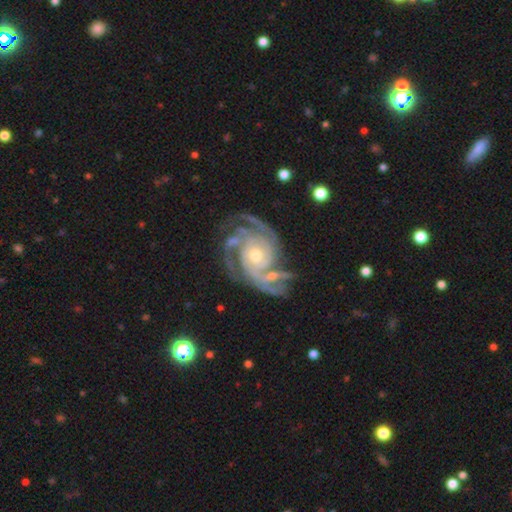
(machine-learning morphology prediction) Q: Smooth or featured?
A: featured or disk (92%); runner-up: star or artifact (5%)
Q: Edge-on disk?
A: no (98%); runner-up: yes (2%)
Q: Bar?
A: no (74%); runner-up: weak (19%)
Q: Spiral arms?
A: yes (98%); runner-up: no (2%)
Q: Spiral winding?
A: tight (65%); runner-up: medium (29%)
Q: Spiral arm count?
A: 3 (34%); runner-up: 4 (25%)
Q: Bulge size?
A: small (49%); runner-up: moderate (46%)
Q: Merging?
A: none (51%); runner-up: minor disturbance (19%)